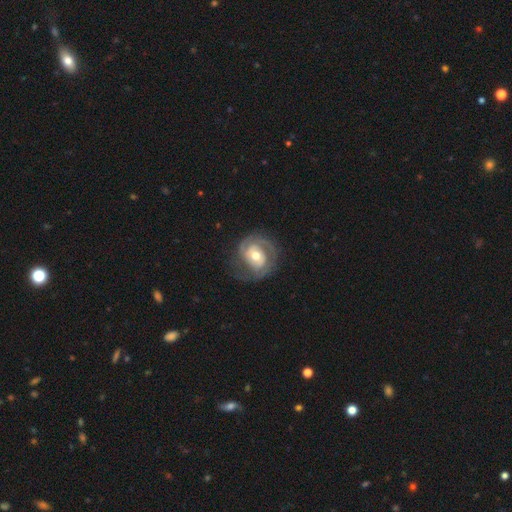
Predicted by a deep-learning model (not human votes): Smooth or featured? Predicted: featured or disk (p=0.81). Edge-on disk? Predicted: no (p=0.98). Bar? Predicted: no (p=0.60). Spiral arms? Predicted: yes (p=0.92). Spiral winding? Predicted: tight (p=0.58). Spiral arm count? Predicted: 2 (p=0.58). Bulge size? Predicted: moderate (p=0.71). Merging? Predicted: none (p=0.66).